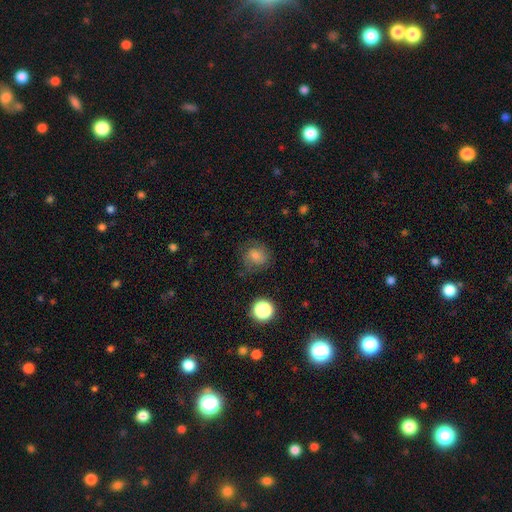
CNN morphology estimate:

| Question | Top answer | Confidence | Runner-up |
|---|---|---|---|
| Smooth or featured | smooth | 60% | featured or disk (25%) |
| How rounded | round | 79% | in between (20%) |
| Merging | none | 71% | minor disturbance (19%) |